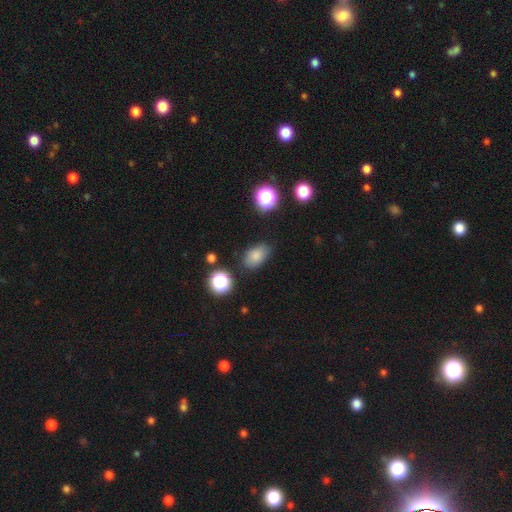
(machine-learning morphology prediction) This is clearly a smooth galaxy (81%). How rounded: clearly in between (85%). Merging: likely none (79%).